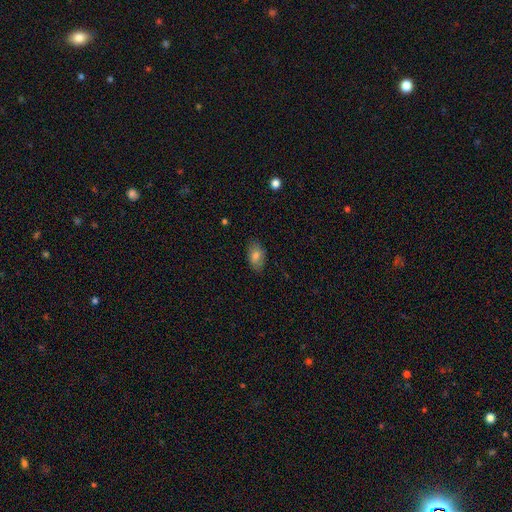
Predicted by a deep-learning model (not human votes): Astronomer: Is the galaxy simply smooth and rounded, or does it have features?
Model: smooth — 77%.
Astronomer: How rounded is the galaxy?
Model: in between — 91%.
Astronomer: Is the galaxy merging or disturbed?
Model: none — 82%.